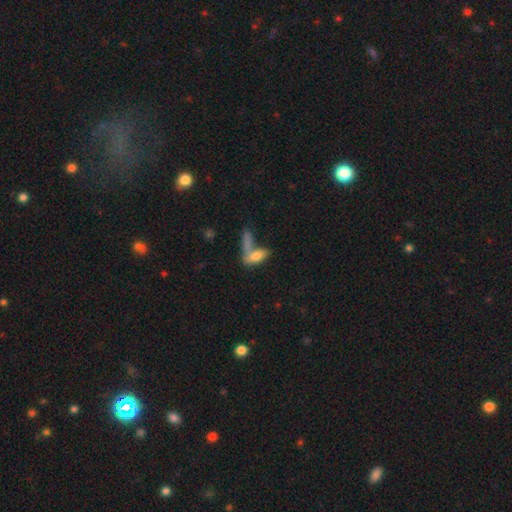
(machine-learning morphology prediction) Overall: smooth (75%). How rounded: in between (72%). Merging: merger (48%; none 33%).